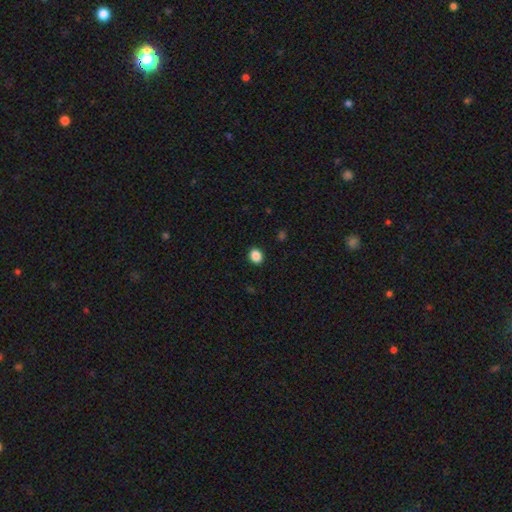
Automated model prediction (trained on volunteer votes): smooth 87%, star or artifact 10%, featured or disk 3%. Down the decision tree: how rounded — round (66%); merging — none (92%).